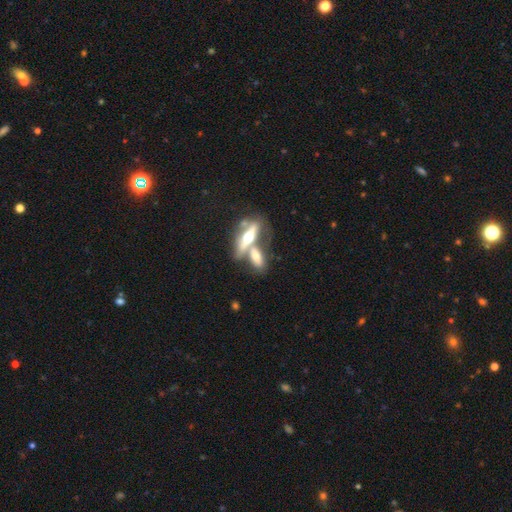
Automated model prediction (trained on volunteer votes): This appears to be a featured or disk galaxy (52%) viewed edge-on (73%). Merging: merger (57%).